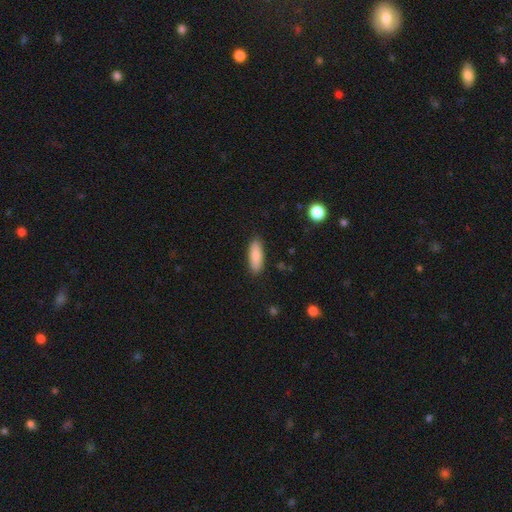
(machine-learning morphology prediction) Smooth or featured? Predicted: smooth (p=0.84). How rounded? Predicted: in between (p=0.65). Merging? Predicted: none (p=0.88).